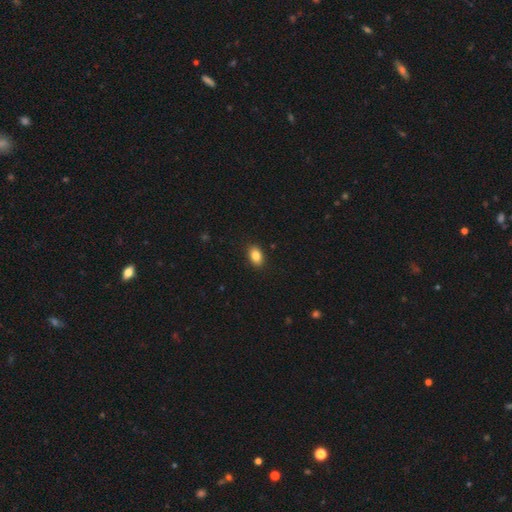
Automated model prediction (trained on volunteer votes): Smooth or featured? Predicted: smooth (p=0.86). How rounded? Predicted: in between (p=0.86). Merging? Predicted: none (p=0.89).